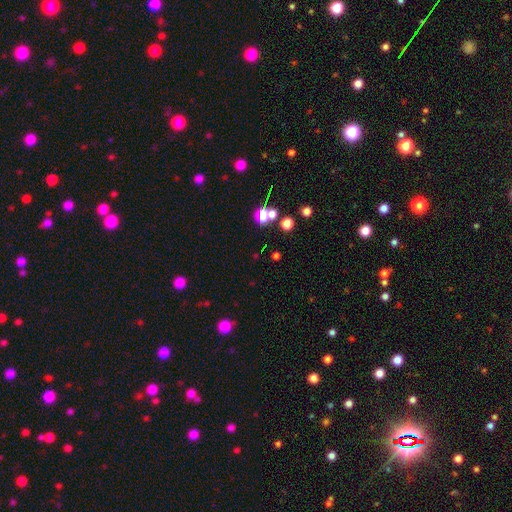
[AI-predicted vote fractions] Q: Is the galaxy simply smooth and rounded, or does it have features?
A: star or artifact — 57%.